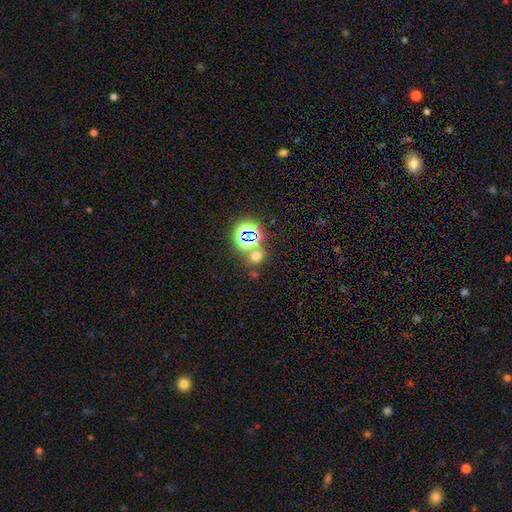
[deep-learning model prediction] This appears to be a smooth galaxy with no disk features (55%) that is round (81%). Merging: none (66%).